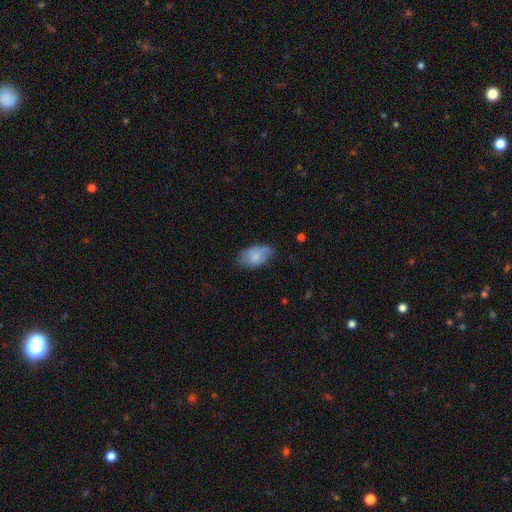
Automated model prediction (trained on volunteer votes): Morphology: type=smooth (76%); roundness=in between (93%); merging=none (60%).